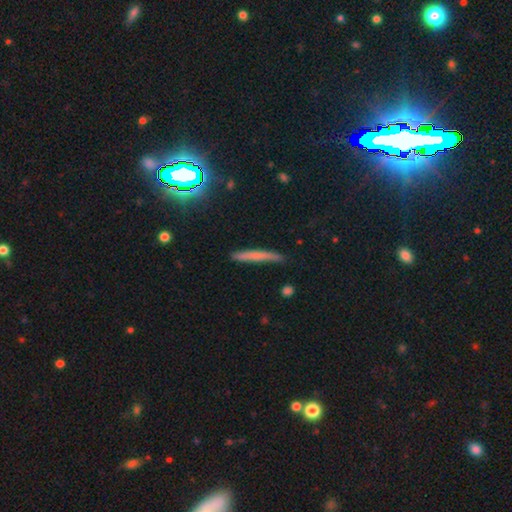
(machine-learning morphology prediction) A smooth galaxy with no disk features (61%) that is cigar-shaped (94%). Merging: none (79%).